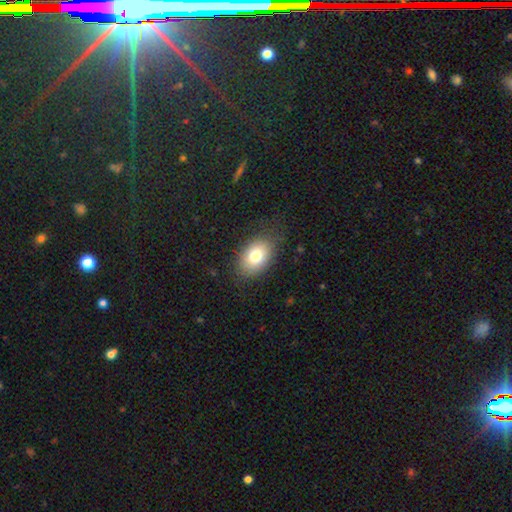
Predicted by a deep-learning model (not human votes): Smooth or featured? Predicted: smooth (p=0.78). How rounded? Predicted: in between (p=0.82). Merging? Predicted: none (p=0.80).